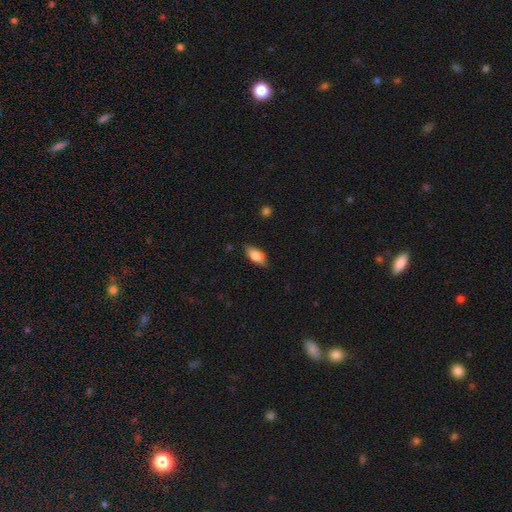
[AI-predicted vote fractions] Smooth or featured? smooth (71%)
How rounded? in between (81%)
Merging? none (82%)